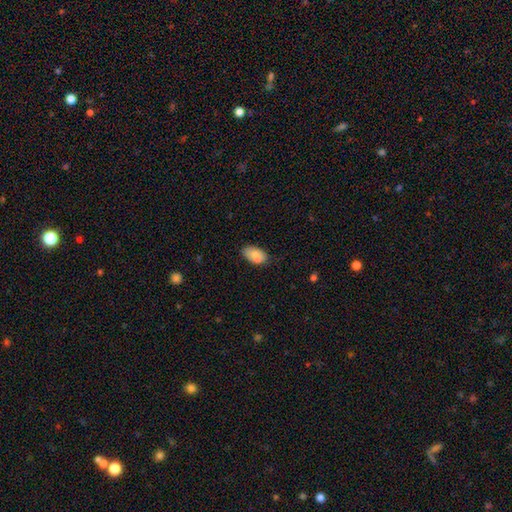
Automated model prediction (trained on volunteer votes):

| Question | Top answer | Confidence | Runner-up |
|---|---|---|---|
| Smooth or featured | smooth | 79% | featured or disk (13%) |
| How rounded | in between | 93% | round (5%) |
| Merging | none | 64% | minor disturbance (21%) |